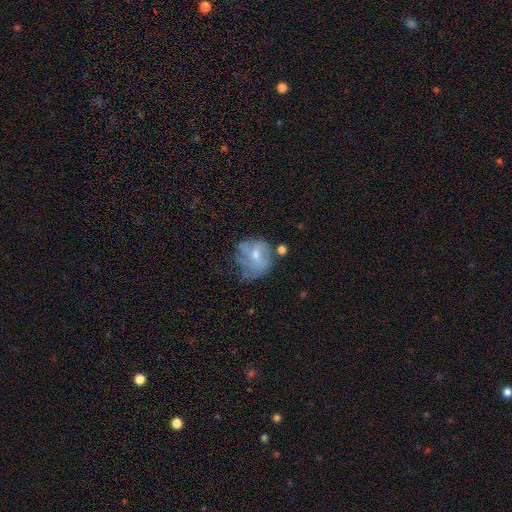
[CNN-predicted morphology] Smooth or featured? featured or disk (46%)
Merging? none (42%)